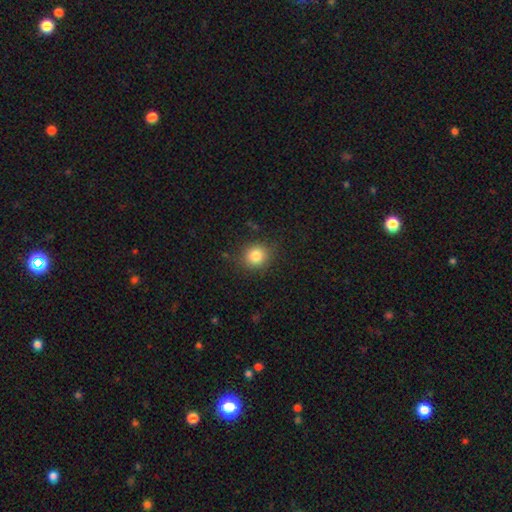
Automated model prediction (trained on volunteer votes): A smooth galaxy with no disk features (83%) that is round (83%). Merging: none (85%).